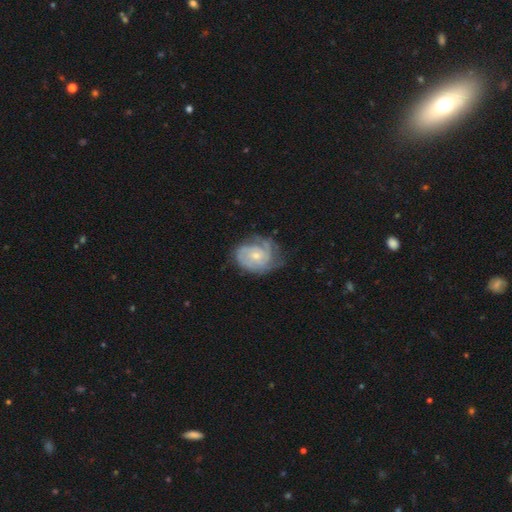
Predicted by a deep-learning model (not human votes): Q: Smooth or featured?
A: featured or disk (80%); runner-up: smooth (15%)
Q: Edge-on disk?
A: no (98%); runner-up: yes (2%)
Q: Bar?
A: no (70%); runner-up: weak (26%)
Q: Spiral arms?
A: yes (94%); runner-up: no (6%)
Q: Spiral winding?
A: tight (63%); runner-up: medium (30%)
Q: Spiral arm count?
A: 2 (32%); runner-up: can't tell (30%)
Q: Bulge size?
A: small (58%); runner-up: moderate (37%)
Q: Merging?
A: none (61%); runner-up: minor disturbance (27%)